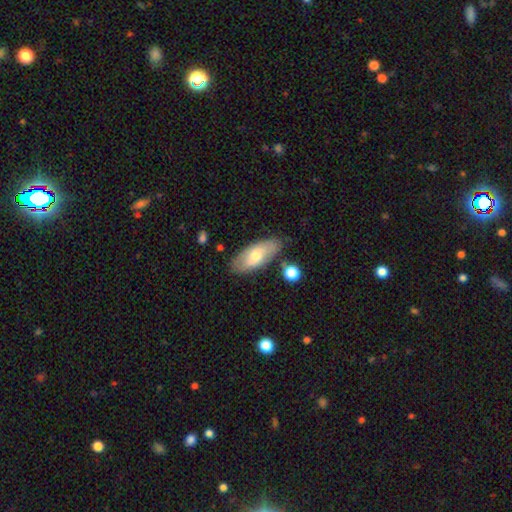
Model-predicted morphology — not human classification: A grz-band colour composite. It shows a smooth galaxy with no disk features (63%) that is in between round and cigar-shaped (84%). Merging: none (77%).